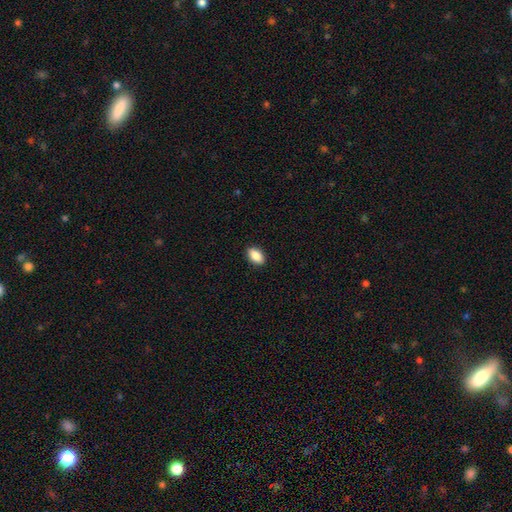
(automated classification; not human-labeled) The model was most divided on "smooth or featured": smooth: 88%, star or artifact: 7%, featured or disk: 5%. More confident: how rounded — in between (92%); merging — none (90%).